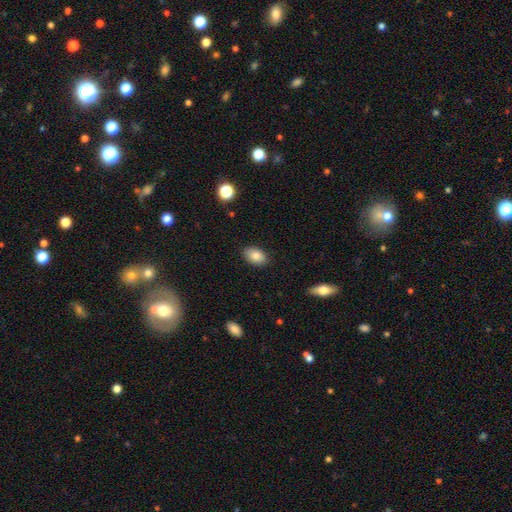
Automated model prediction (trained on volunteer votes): Smooth or featured?
  - smooth: 84% *
  - featured or disk: 8%
  - star or artifact: 8%
How rounded?
  - in between: 87% *
  - round: 12%
  - cigar-shaped: 1%
Merging?
  - none: 87% *
  - minor disturbance: 10%
  - major disturbance: 2%
  - merger: 1%